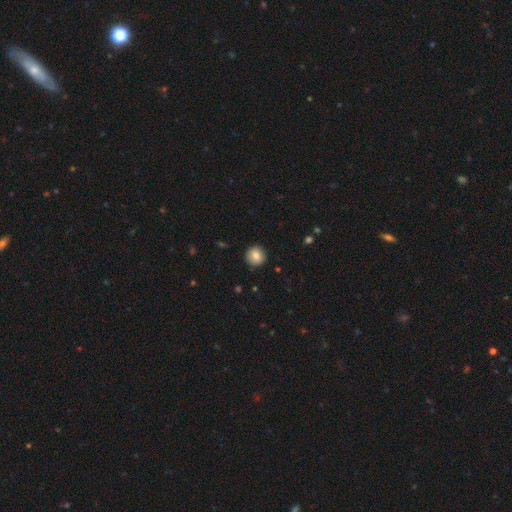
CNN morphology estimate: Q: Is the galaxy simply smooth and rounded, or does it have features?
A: smooth — 84%.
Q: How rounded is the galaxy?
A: round — 93%.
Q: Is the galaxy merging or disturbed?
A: none — 90%.